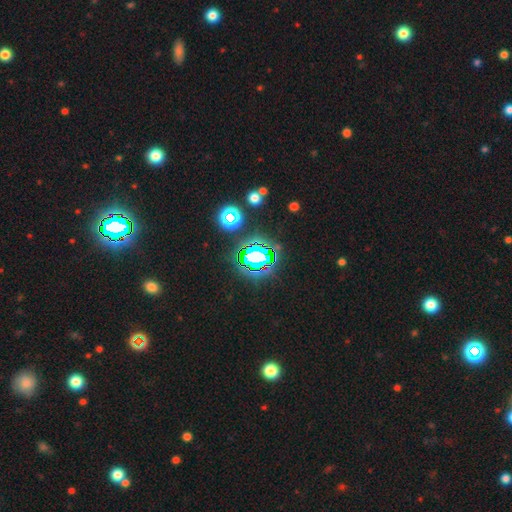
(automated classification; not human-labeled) Smooth or featured?
  - star or artifact: 76% *
  - smooth: 14%
  - featured or disk: 10%